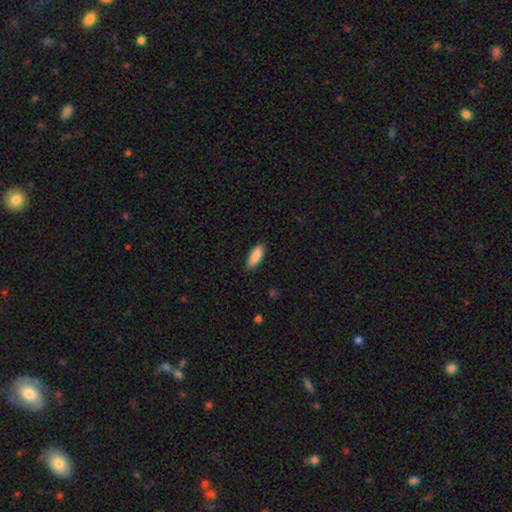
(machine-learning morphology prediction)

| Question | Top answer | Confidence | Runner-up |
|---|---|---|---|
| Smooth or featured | smooth | 90% | star or artifact (6%) |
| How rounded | in between | 74% | cigar-shaped (25%) |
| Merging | none | 87% | minor disturbance (10%) |